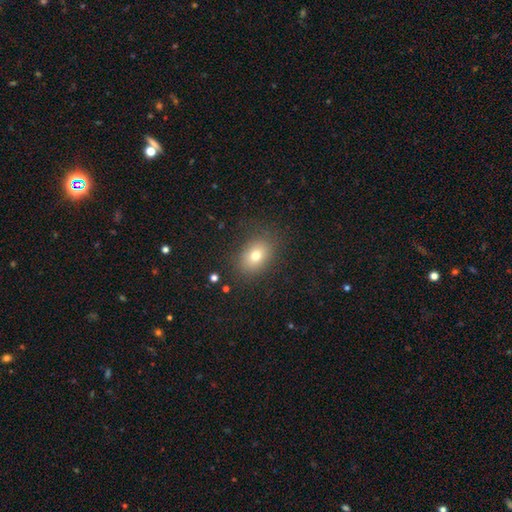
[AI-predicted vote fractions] smooth 75%, featured or disk 13%, star or artifact 12%. Down the decision tree: how rounded — in between (66%); merging — none (83%).